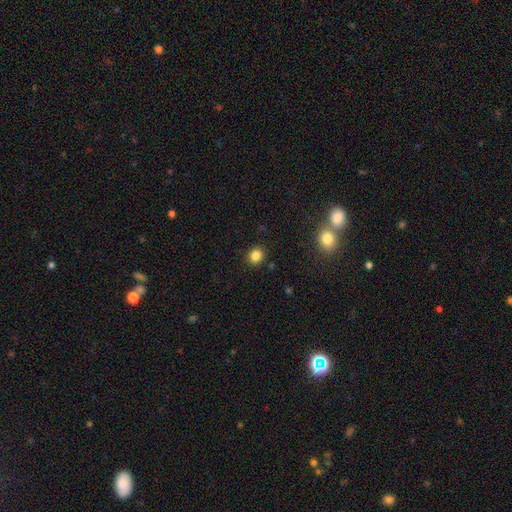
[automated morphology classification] smooth-or-featured: smooth: 84% | star or artifact: 11% | featured or disk: 5%
  how-rounded: round: 75% | in between: 24% | cigar-shaped: 1%
  merging: none: 89% | minor disturbance: 7% | major disturbance: 2% | merger: 2%